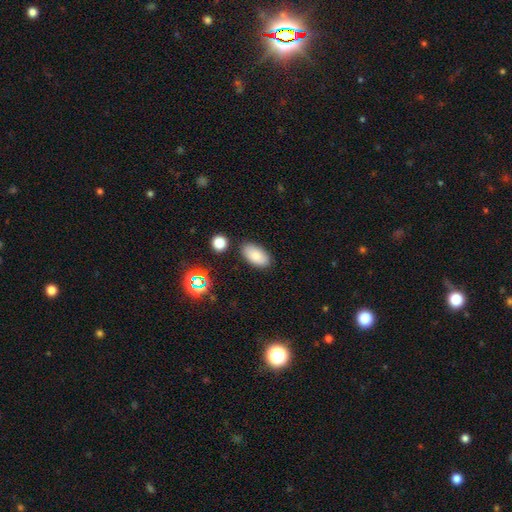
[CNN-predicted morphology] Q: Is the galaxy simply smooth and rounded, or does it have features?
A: smooth — 83%.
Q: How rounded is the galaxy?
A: in between — 94%.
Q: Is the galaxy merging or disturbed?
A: none — 84%.